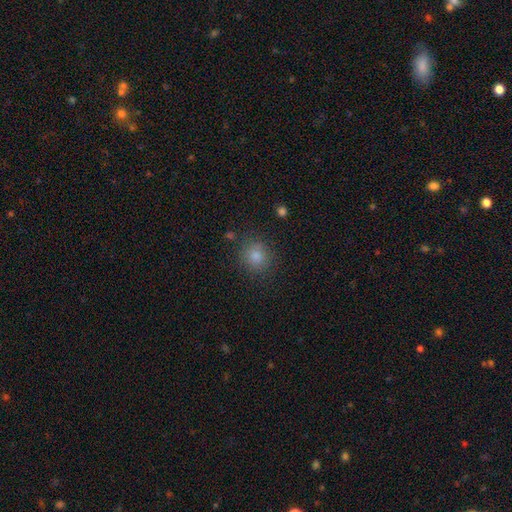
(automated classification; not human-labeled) Smooth or featured?
  - smooth: 78% *
  - star or artifact: 16%
  - featured or disk: 6%
How rounded?
  - round: 87% *
  - in between: 12%
  - cigar-shaped: 1%
Merging?
  - none: 87% *
  - minor disturbance: 9%
  - major disturbance: 3%
  - merger: 2%